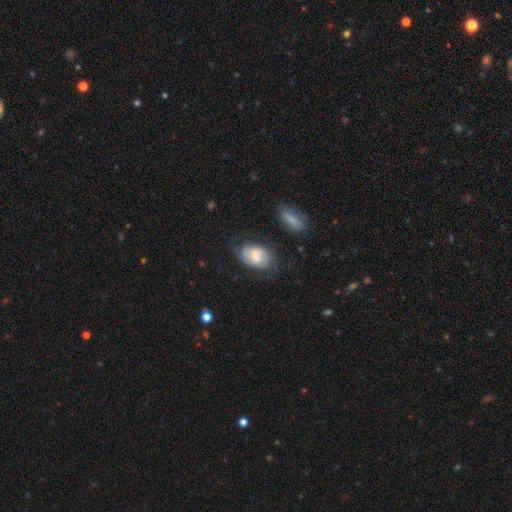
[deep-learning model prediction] A smooth galaxy with no disk features (51%) that is in between round and cigar-shaped (88%). Merging: none (57%).